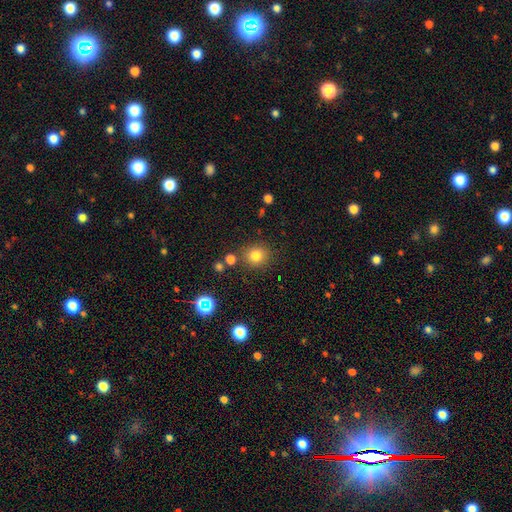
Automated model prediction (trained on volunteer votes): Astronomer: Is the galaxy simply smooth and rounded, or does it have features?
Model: smooth — 79%.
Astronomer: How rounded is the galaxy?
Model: round — 87%.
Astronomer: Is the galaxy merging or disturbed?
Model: none — 83%.